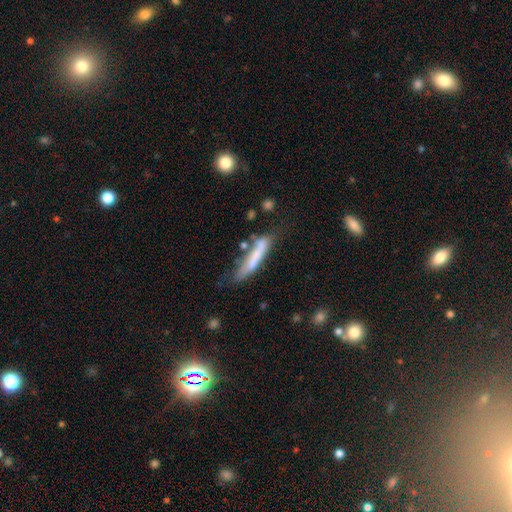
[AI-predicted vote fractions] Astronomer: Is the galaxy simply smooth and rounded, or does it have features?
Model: smooth — 59%.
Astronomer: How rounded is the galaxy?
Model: cigar-shaped — 86%.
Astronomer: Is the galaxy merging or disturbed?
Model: none — 44% (runner-up: minor disturbance, 28%).